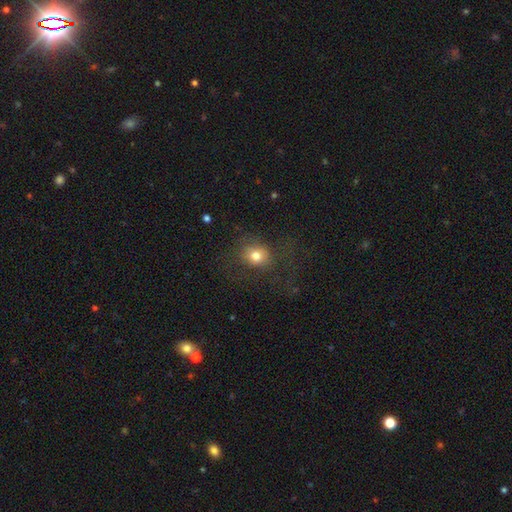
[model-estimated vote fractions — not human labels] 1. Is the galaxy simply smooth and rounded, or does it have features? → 74% smooth, 14% star or artifact, 12% featured or disk.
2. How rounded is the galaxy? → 73% round, 26% in between, 1% cigar-shaped.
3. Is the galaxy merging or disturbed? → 63% none, 19% major disturbance, 16% minor disturbance, 2% merger.